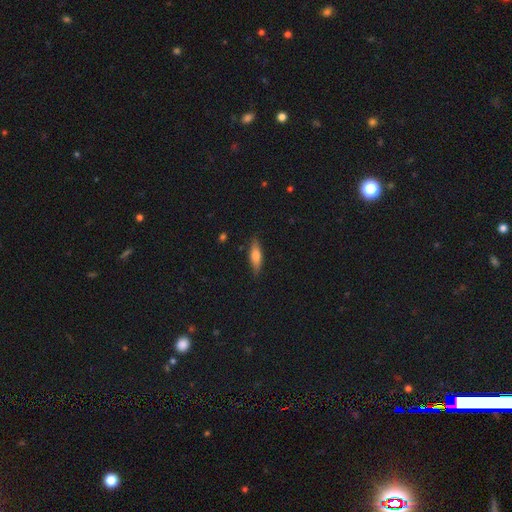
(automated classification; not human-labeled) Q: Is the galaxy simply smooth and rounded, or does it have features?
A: smooth — 67%.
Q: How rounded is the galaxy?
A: cigar-shaped — 53%.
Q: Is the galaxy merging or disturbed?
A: none — 83%.